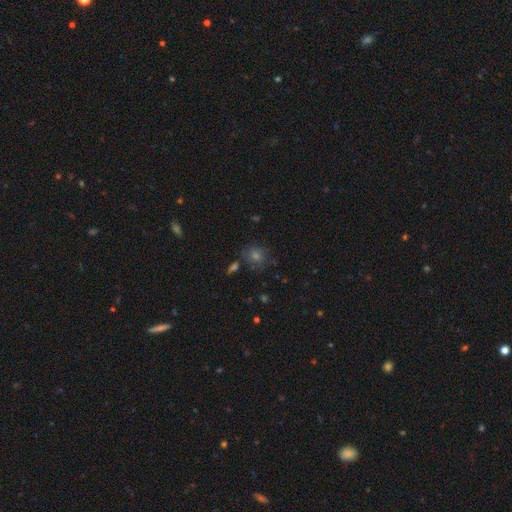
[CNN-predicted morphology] Q: Smooth or featured?
A: smooth (53%); runner-up: star or artifact (29%)
Q: How rounded?
A: round (82%); runner-up: in between (17%)
Q: Merging?
A: none (76%); runner-up: minor disturbance (12%)